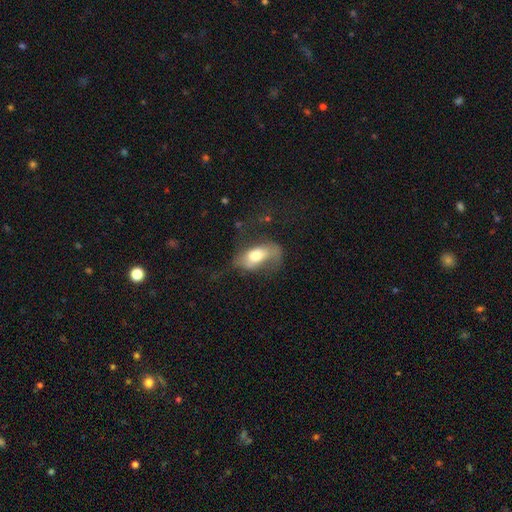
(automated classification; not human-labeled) A smooth galaxy with no disk features (56%) that is in between round and cigar-shaped (86%). Merging: none (37%).